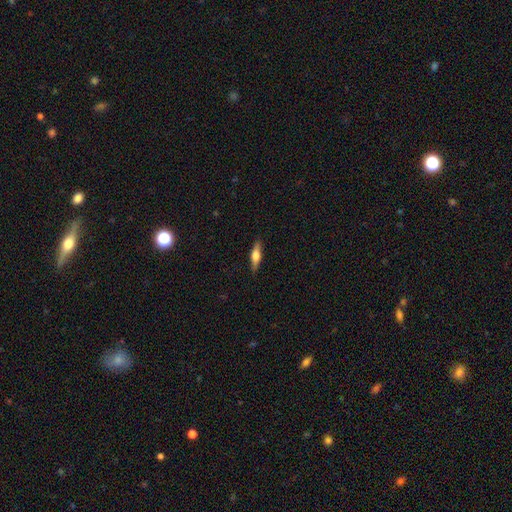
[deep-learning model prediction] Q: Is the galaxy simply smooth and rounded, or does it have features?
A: smooth — 51%.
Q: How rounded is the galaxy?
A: cigar-shaped — 64%.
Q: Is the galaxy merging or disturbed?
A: none — 87%.